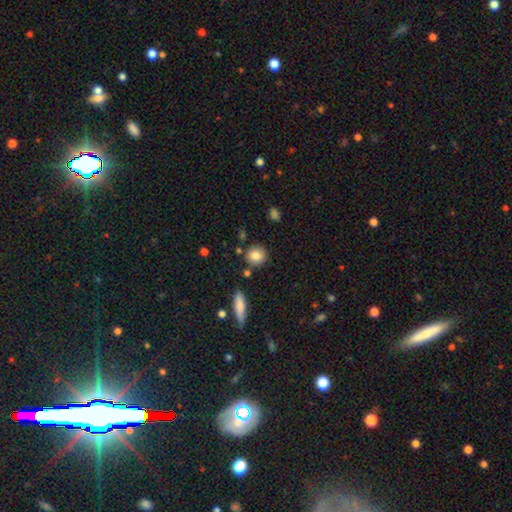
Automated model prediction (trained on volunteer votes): Smooth or featured? smooth (84%)
How rounded? round (87%)
Merging? none (82%)